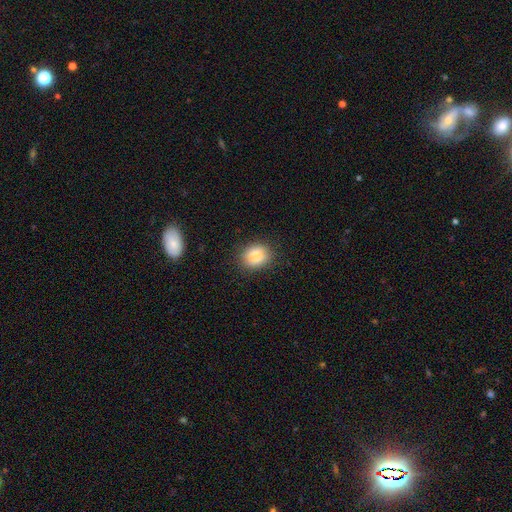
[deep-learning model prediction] smooth_or_featured: smooth (p=0.83) [alt: star or artifact p=0.09]
how_rounded: round (p=0.59) [alt: in between p=0.40]
merging: none (p=0.84) [alt: minor disturbance p=0.12]